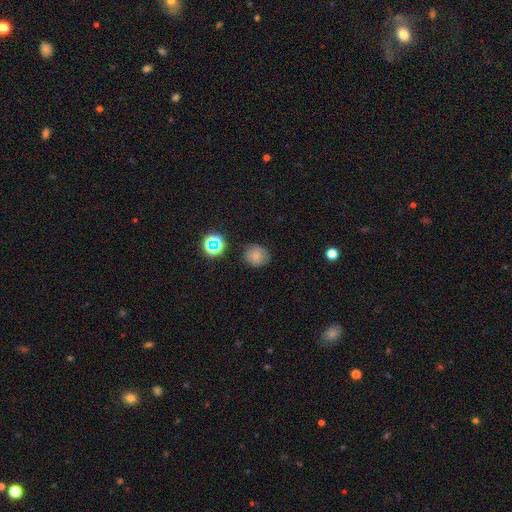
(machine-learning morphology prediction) Q: Smooth or featured?
A: smooth (76%); runner-up: star or artifact (17%)
Q: How rounded?
A: round (86%); runner-up: in between (13%)
Q: Merging?
A: none (82%); runner-up: minor disturbance (12%)